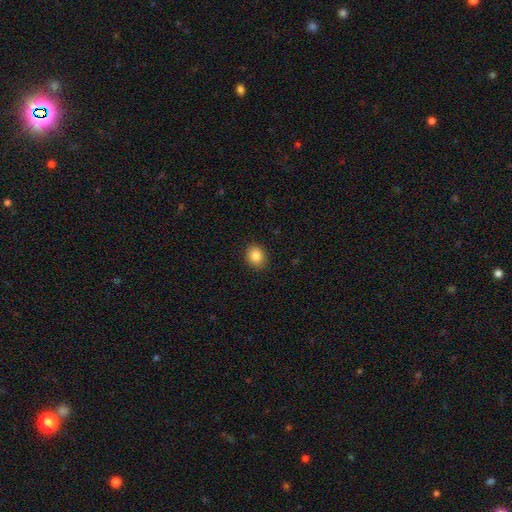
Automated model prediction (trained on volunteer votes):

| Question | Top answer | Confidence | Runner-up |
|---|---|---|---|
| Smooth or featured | smooth | 85% | star or artifact (9%) |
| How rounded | round | 64% | in between (35%) |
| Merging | none | 89% | minor disturbance (8%) |